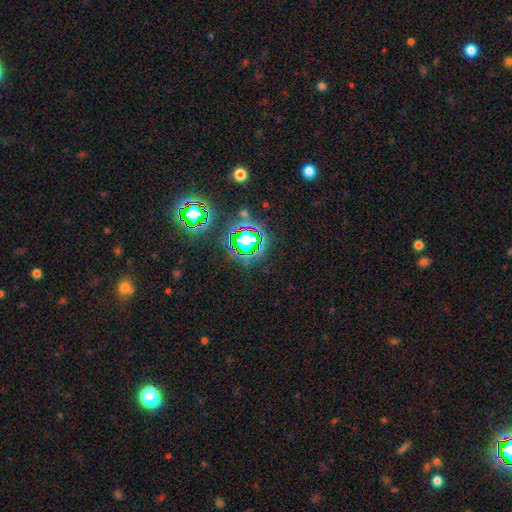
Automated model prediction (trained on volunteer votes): Smooth or featured?
  - star or artifact: 78% *
  - smooth: 15%
  - featured or disk: 7%